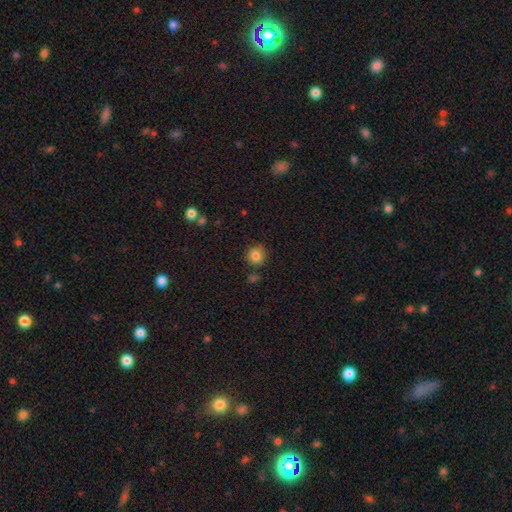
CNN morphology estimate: smooth 84%, star or artifact 11%, featured or disk 5%. Down the decision tree: how rounded — round (91%); merging — none (83%).